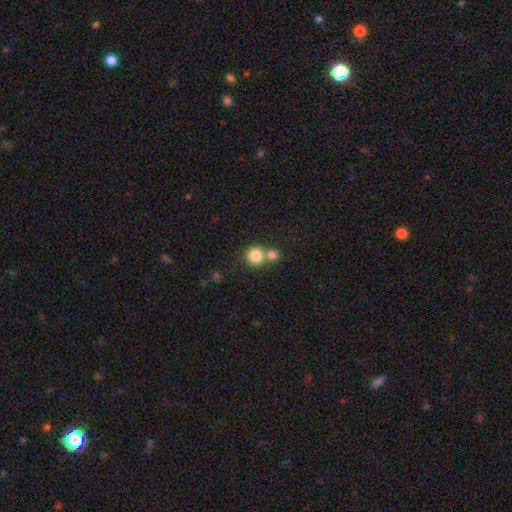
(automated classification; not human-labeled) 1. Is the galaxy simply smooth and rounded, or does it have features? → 83% smooth, 10% star or artifact, 7% featured or disk.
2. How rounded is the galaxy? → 91% round, 8% in between, 1% cigar-shaped.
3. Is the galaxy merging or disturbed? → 51% none, 40% merger, 6% minor disturbance, 3% major disturbance.